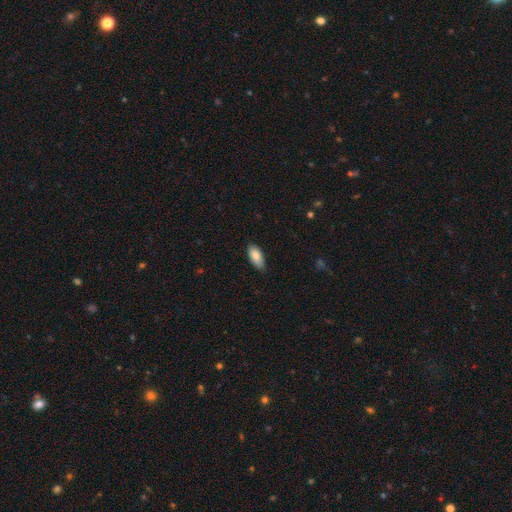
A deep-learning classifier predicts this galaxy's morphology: Smooth or featured? smooth (81%)
How rounded? in between (89%)
Merging? none (81%)